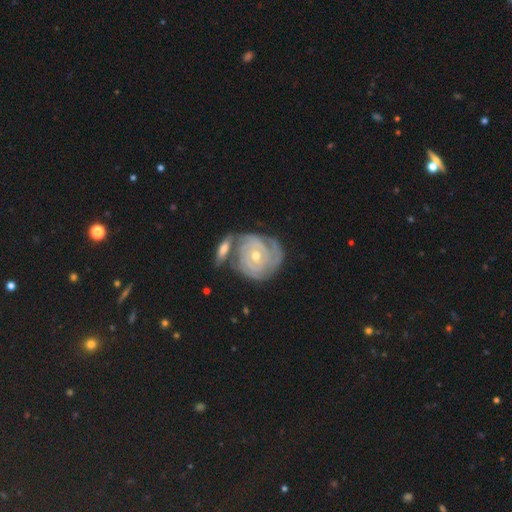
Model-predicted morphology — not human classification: smooth_or_featured: featured or disk (p=0.86) [alt: smooth p=0.09]
disk_edge_on: no (p=0.97) [alt: yes p=0.03]
bar: no (p=0.68) [alt: weak p=0.24]
has_spiral_arms: yes (p=0.96) [alt: no p=0.04]
spiral_winding: tight (p=0.83) [alt: medium p=0.14]
spiral_arm_count: can't tell (p=0.30) [alt: 3 p=0.26]
bulge_size: small (p=0.50) [alt: moderate p=0.47]
merging: none (p=0.52) [alt: merger p=0.25]